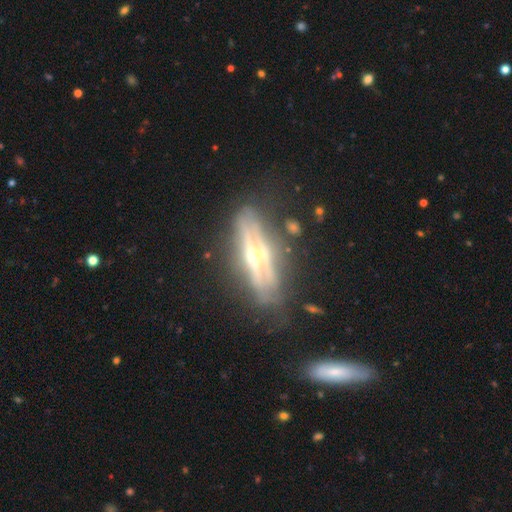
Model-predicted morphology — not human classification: Q: Smooth or featured?
A: featured or disk (80%); runner-up: smooth (13%)
Q: Edge-on disk?
A: yes (86%); runner-up: no (14%)
Q: Edge-on bulge?
A: rounded (86%); runner-up: none (8%)
Q: Merging?
A: none (69%); runner-up: minor disturbance (17%)